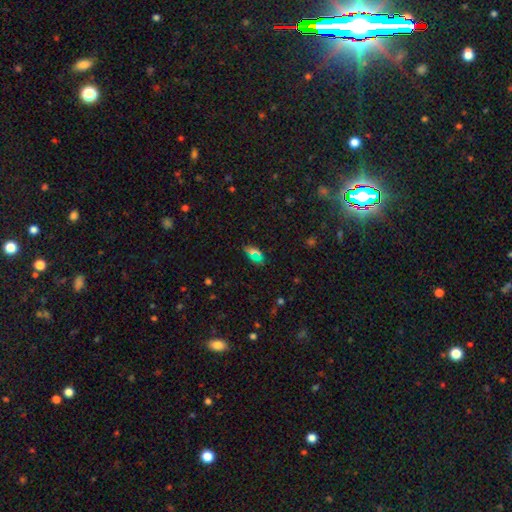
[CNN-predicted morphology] smooth_or_featured: smooth (p=0.53) [alt: star or artifact p=0.37]
how_rounded: in between (p=0.78) [alt: round p=0.14]
merging: none (p=0.74) [alt: minor disturbance p=0.15]